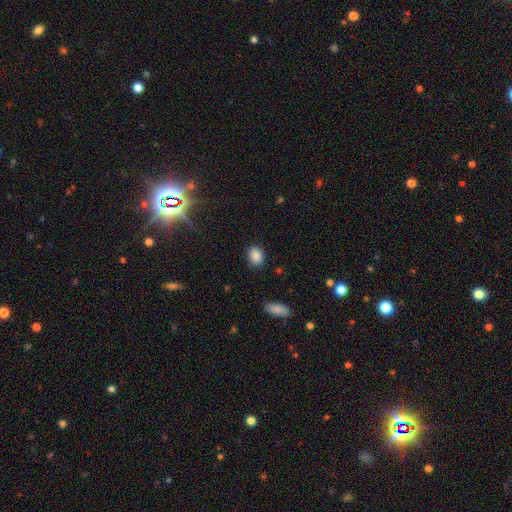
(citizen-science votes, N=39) Volunteers were most divided on "how rounded": in between: 61%, round: 36%, cigar-shaped: 3%. More confident: smooth or featured — smooth (85%); merging — none (84%).